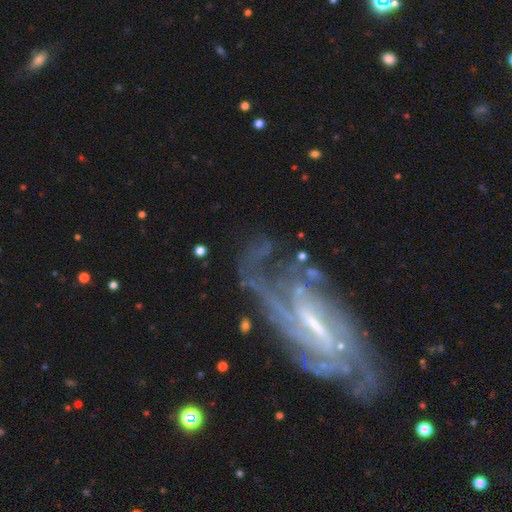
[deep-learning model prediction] Q: Smooth or featured?
A: featured or disk (85%); runner-up: star or artifact (8%)
Q: Edge-on disk?
A: no (92%); runner-up: yes (8%)
Q: Bar?
A: weak (43%); runner-up: strong (38%)
Q: Spiral arms?
A: yes (92%); runner-up: no (8%)
Q: Spiral winding?
A: tight (48%); runner-up: medium (37%)
Q: Spiral arm count?
A: can't tell (37%); runner-up: 2 (19%)
Q: Bulge size?
A: small (50%); runner-up: moderate (31%)
Q: Merging?
A: none (60%); runner-up: minor disturbance (18%)